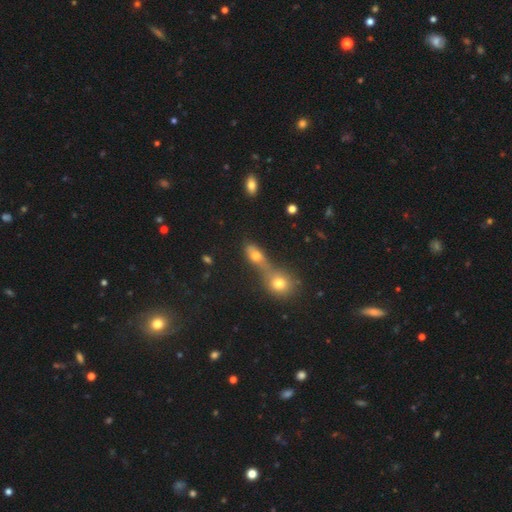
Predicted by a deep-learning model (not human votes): Smooth or featured? smooth (68%)
How rounded? in between (65%)
Merging? merger (62%)